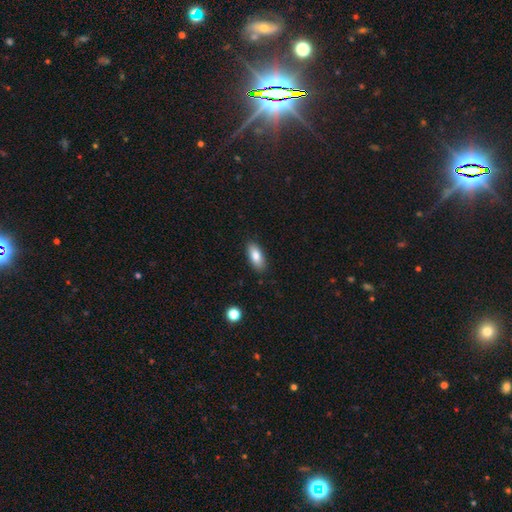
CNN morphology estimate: smooth-or-featured: smooth: 83% | featured or disk: 10% | star or artifact: 7%
  how-rounded: in between: 85% | cigar-shaped: 13% | round: 3%
  merging: none: 87% | minor disturbance: 9% | major disturbance: 2% | merger: 1%